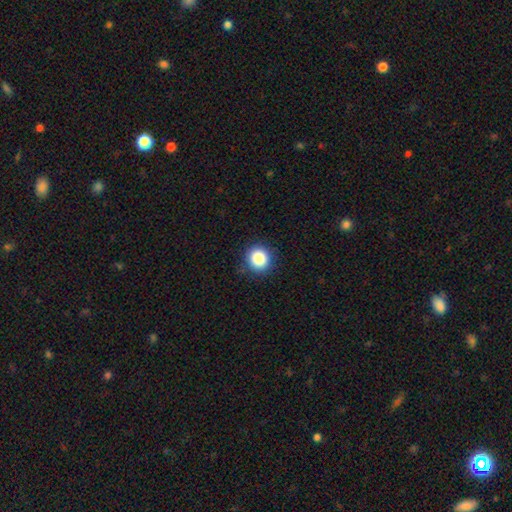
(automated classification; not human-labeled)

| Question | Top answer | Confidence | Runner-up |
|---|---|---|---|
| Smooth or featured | smooth | 86% | star or artifact (10%) |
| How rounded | round | 89% | in between (10%) |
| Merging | none | 88% | minor disturbance (8%) |